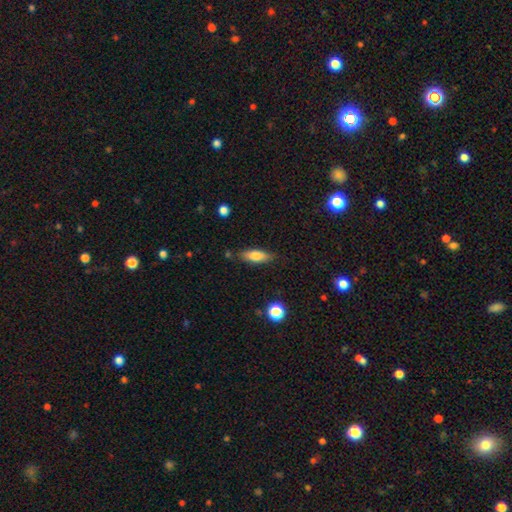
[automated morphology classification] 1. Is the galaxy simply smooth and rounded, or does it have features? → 73% smooth, 19% featured or disk, 7% star or artifact.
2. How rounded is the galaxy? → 61% in between, 36% cigar-shaped, 3% round.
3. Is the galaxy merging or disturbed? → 80% none, 14% minor disturbance, 3% major disturbance, 3% merger.